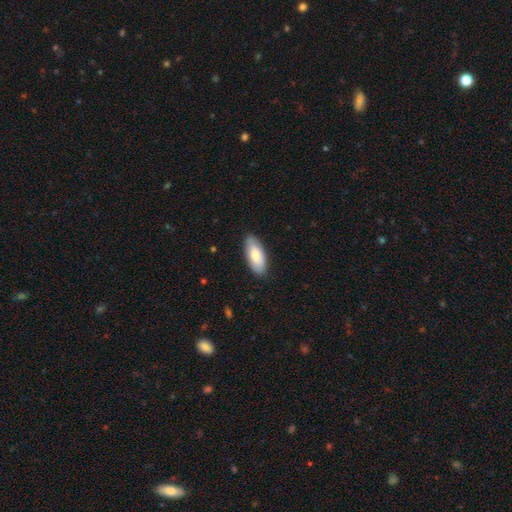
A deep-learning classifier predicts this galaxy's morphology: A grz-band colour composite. It shows a smooth galaxy with no disk features (72%) that is in between round and cigar-shaped (89%). Merging: none (85%).